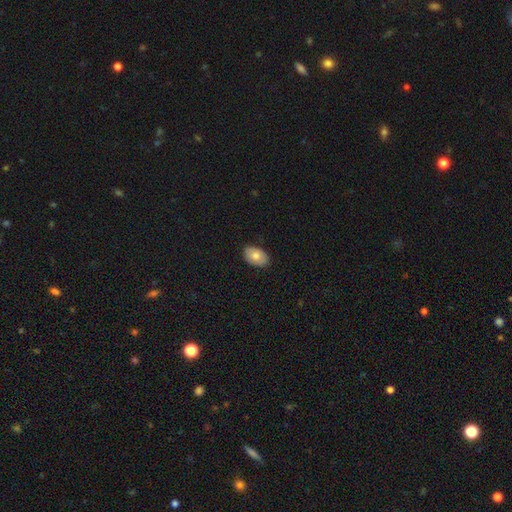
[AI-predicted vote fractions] A smooth galaxy with no disk features (81%) that is in between round and cigar-shaped (90%). Merging: none (87%).